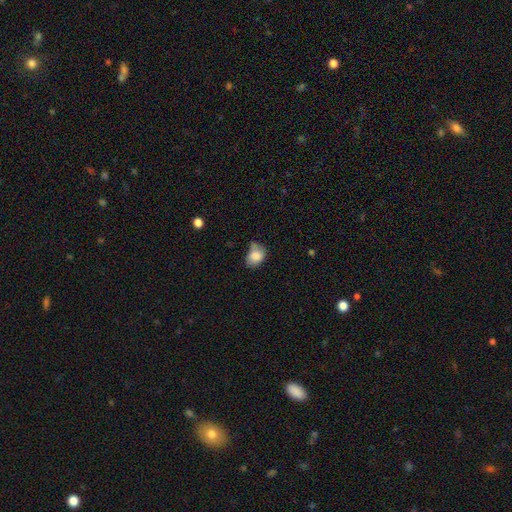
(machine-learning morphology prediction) smooth-or-featured: smooth: 82% | featured or disk: 10% | star or artifact: 9%
  how-rounded: in between: 64% | round: 35% | cigar-shaped: 1%
  merging: none: 40% | minor disturbance: 36% | major disturbance: 12% | merger: 11%